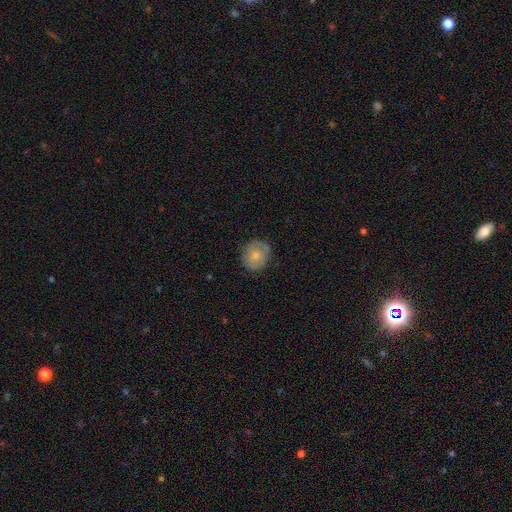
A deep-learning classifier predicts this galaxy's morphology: Overall: smooth (71%). How rounded: round (72%). Merging: none (80%).